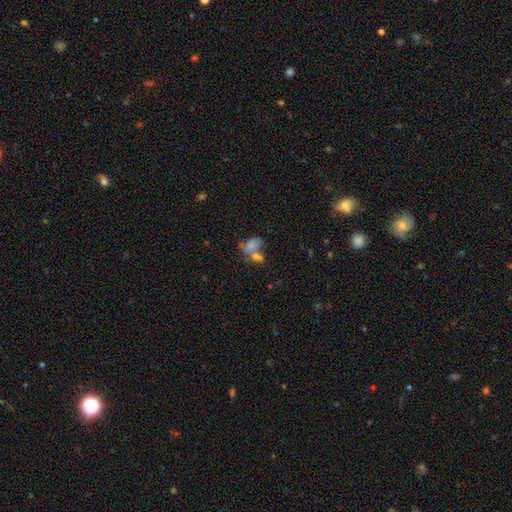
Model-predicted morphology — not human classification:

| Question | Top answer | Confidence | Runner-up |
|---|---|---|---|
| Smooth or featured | smooth | 51% | star or artifact (25%) |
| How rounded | in between | 69% | round (27%) |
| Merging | merger | 43% | none (34%) |